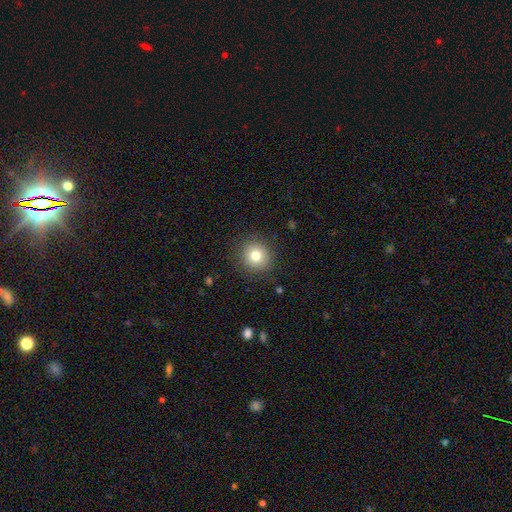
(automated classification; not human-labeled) smooth-or-featured: smooth: 80% | star or artifact: 11% | featured or disk: 9%
  how-rounded: round: 90% | in between: 9% | cigar-shaped: 1%
  merging: none: 89% | minor disturbance: 8% | major disturbance: 3% | merger: 1%